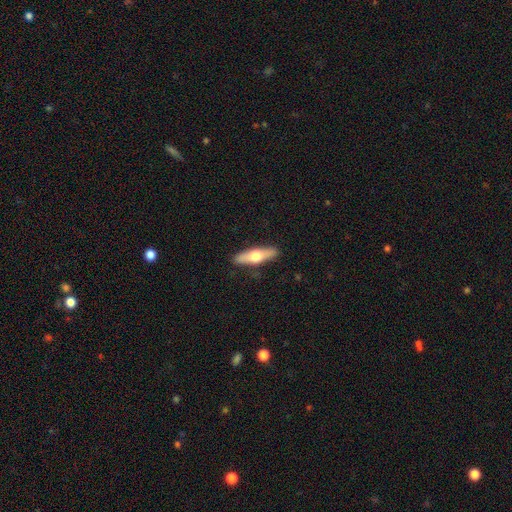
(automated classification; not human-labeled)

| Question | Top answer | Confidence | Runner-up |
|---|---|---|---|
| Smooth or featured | smooth | 50% | featured or disk (45%) |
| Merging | none | 89% | minor disturbance (8%) |